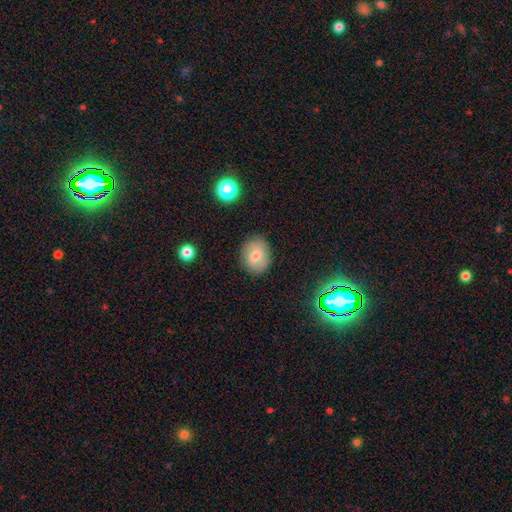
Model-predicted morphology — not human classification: A smooth galaxy with no disk features (71%) that is round (53%). Merging: none (84%).